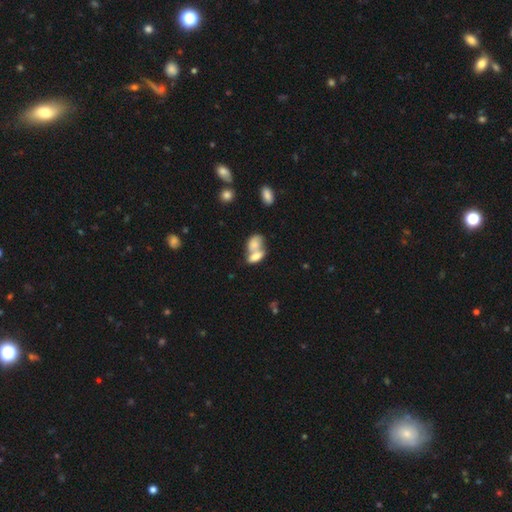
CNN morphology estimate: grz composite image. It shows a smooth galaxy with no disk features (74%) that is in between round and cigar-shaped (86%). Merging: merger (71%).